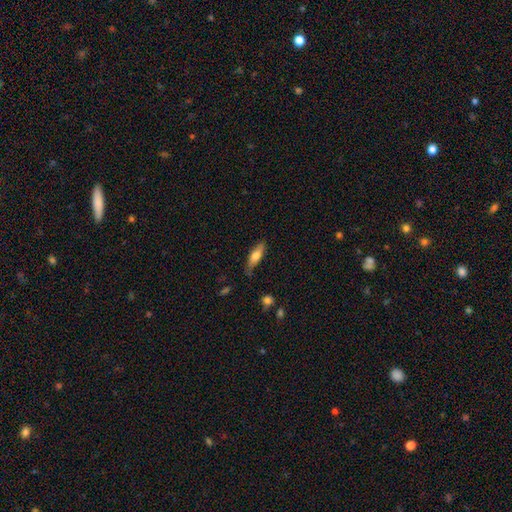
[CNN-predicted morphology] A smooth galaxy with no disk features (64%) that is cigar-shaped (52%).

Vote fractions:
- Smooth or featured? smooth: 64% / featured or disk: 29% / star or artifact: 6%
- How rounded? cigar-shaped: 52% / in between: 45% / round: 2%
- Merging? none: 73% / minor disturbance: 21% / major disturbance: 4% / merger: 2%